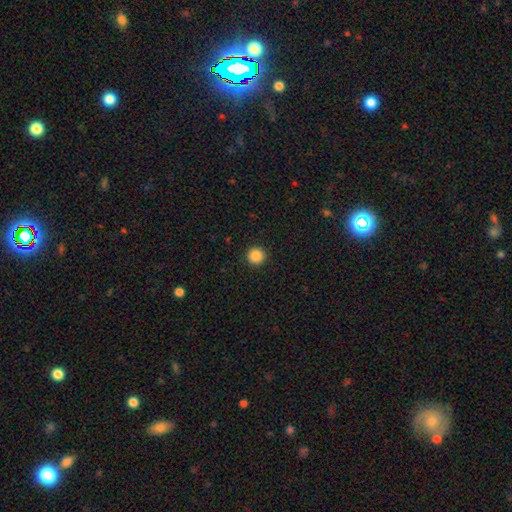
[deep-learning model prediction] A smooth galaxy with no disk features (87%) that is round (96%). Merging: none (93%).